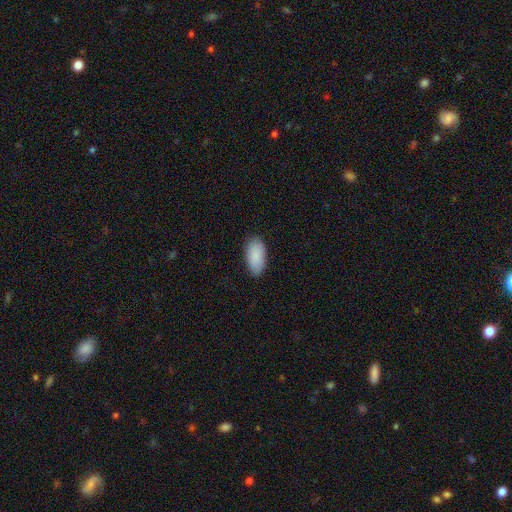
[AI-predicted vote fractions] Q: Smooth or featured?
A: smooth (89%); runner-up: star or artifact (6%)
Q: How rounded?
A: in between (94%); runner-up: cigar-shaped (4%)
Q: Merging?
A: none (85%); runner-up: minor disturbance (12%)